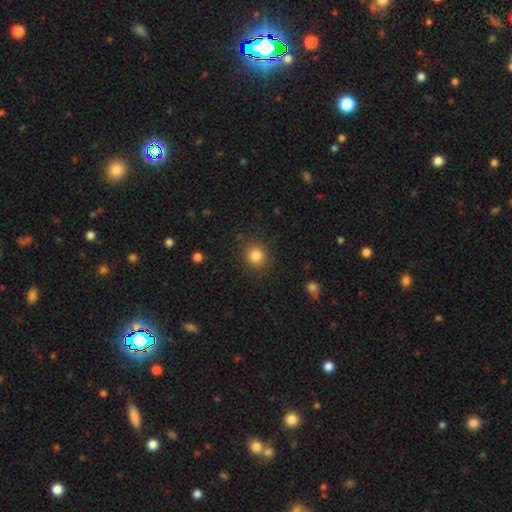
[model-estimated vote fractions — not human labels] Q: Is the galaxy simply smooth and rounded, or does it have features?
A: smooth — 83%.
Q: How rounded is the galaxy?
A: round — 85%.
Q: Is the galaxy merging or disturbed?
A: none — 88%.